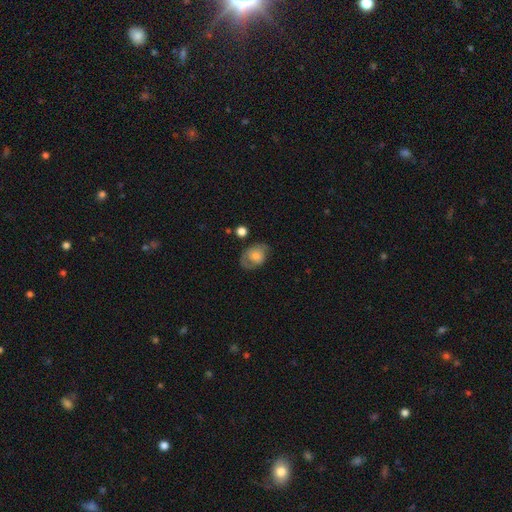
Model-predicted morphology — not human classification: smooth_or_featured: smooth (p=0.58) [alt: featured or disk p=0.34]
how_rounded: in between (p=0.66) [alt: round p=0.33]
merging: none (p=0.55) [alt: minor disturbance p=0.26]